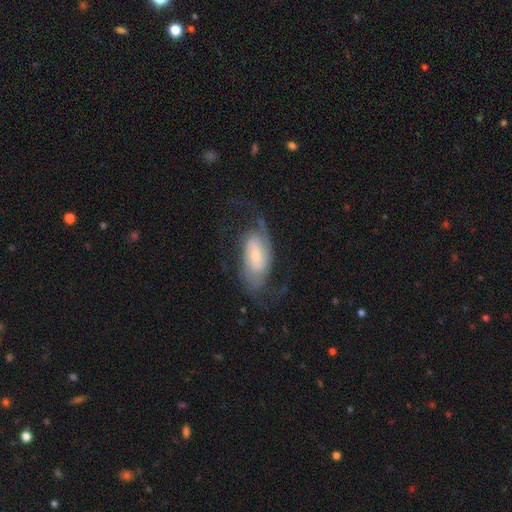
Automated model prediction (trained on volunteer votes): Smooth or featured?
  - featured or disk: 73% *
  - smooth: 20%
  - star or artifact: 7%
Edge-on disk?
  - no: 94% *
  - yes: 6%
Bar?
  - no: 44% *
  - weak: 38%
  - strong: 18%
Spiral arms?
  - yes: 92% *
  - no: 8%
Spiral winding?
  - medium: 42% *
  - loose: 41%
  - tight: 17%
Spiral arm count?
  - 2: 80% *
  - can't tell: 9%
  - 1: 4%
  - 3: 4%
  - 4: 2%
  - more than 4: 2%
Bulge size?
  - small: 55% *
  - moderate: 24%
  - large: 10%
  - none: 6%
  - dominant: 4%
Merging?
  - none: 57% *
  - major disturbance: 24%
  - minor disturbance: 18%
  - merger: 2%